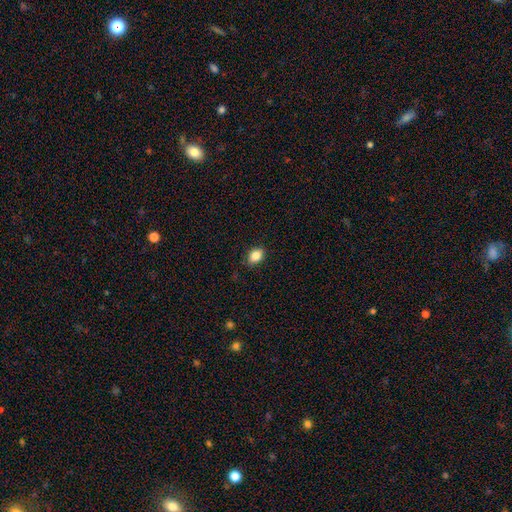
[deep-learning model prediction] Overall: smooth (85%). How rounded: in between (74%). Merging: none (86%).